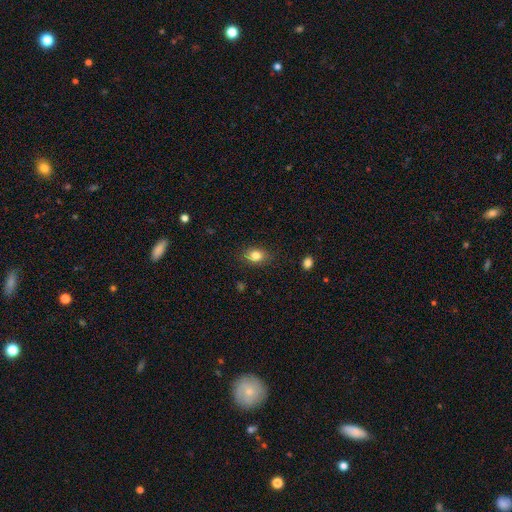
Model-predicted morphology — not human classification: Overall: smooth (82%). How rounded: in between (69%). Merging: none (85%).